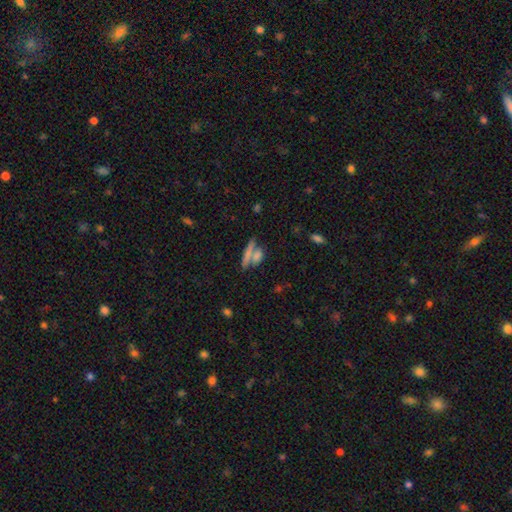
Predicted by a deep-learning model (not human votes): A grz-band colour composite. It shows a smooth galaxy with no disk features (59%) that is cigar-shaped (47%). Merging: none (43%, tied with merger).